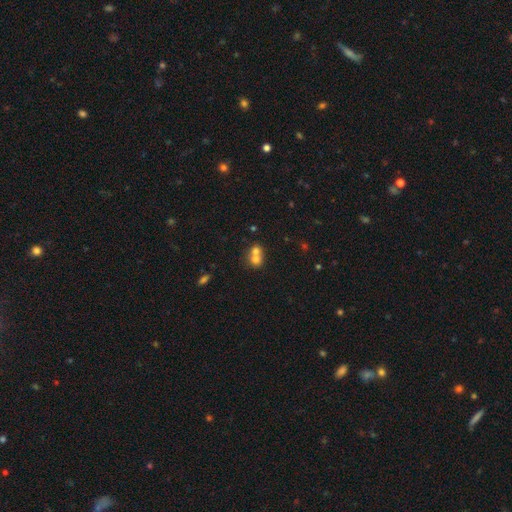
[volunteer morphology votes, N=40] type=smooth (75%); roundness=round (80%); merging=merger (72%).